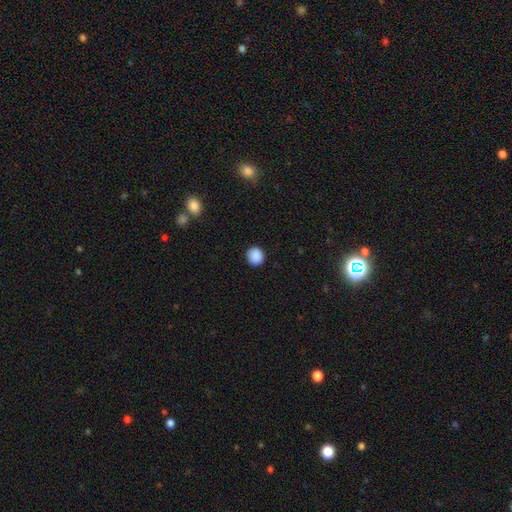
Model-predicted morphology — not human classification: Overall: smooth (89%). How rounded: round (89%). Merging: none (91%).